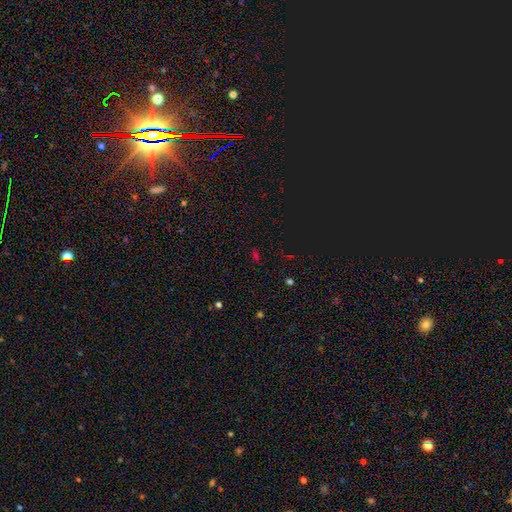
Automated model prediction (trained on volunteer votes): Q: Smooth or featured?
A: star or artifact (57%); runner-up: smooth (34%)